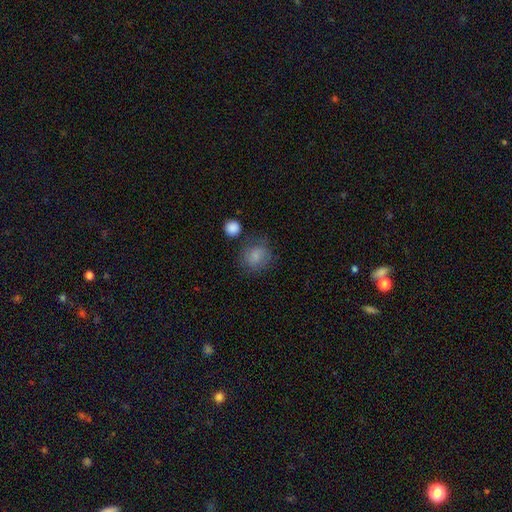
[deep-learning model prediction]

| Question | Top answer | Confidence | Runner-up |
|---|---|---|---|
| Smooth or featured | smooth | 80% | featured or disk (11%) |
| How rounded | round | 77% | in between (22%) |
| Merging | none | 69% | minor disturbance (18%) |